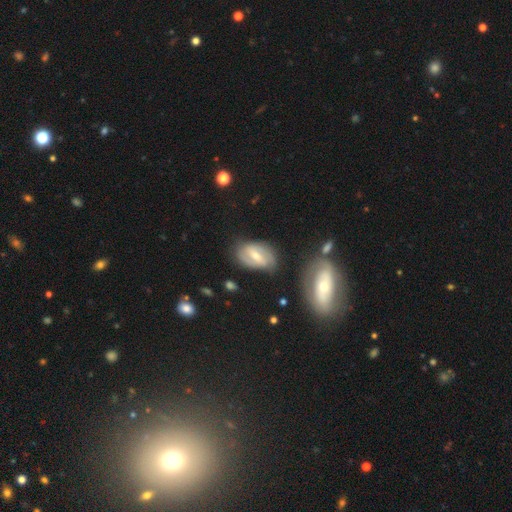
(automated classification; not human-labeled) This is likely a featured or disk galaxy (68%). It is clearly not viewed edge-on (94%). Bar: possibly weak (46%). Spiral arm pattern: likely yes (78%). Central bulge: possibly small (50%). Merging: likely none (72%).